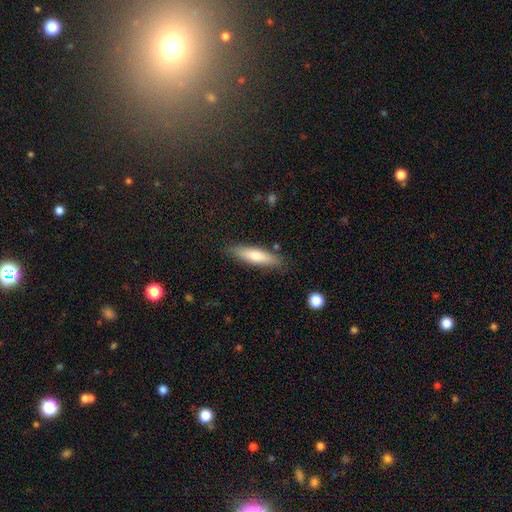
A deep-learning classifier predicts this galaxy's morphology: This is likely a smooth galaxy (71%). How rounded: likely cigar-shaped (73%). Merging: clearly none (85%).